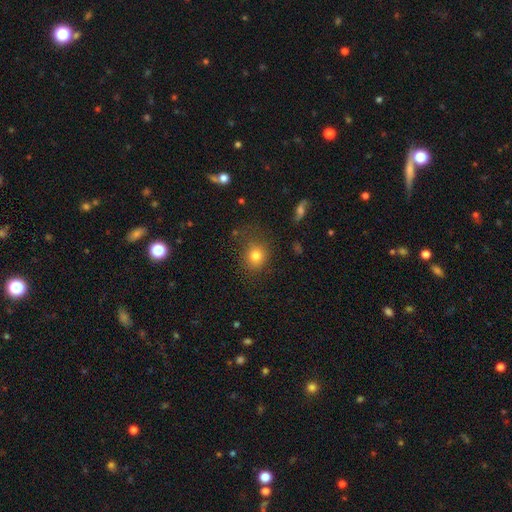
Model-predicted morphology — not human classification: Q: Smooth or featured?
A: smooth (79%); runner-up: star or artifact (12%)
Q: How rounded?
A: round (75%); runner-up: in between (24%)
Q: Merging?
A: none (74%); runner-up: minor disturbance (16%)